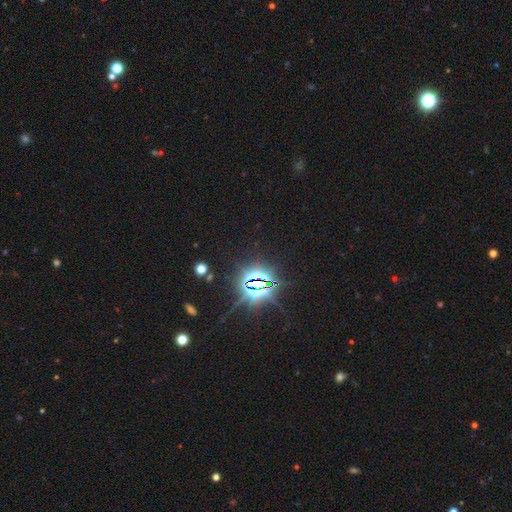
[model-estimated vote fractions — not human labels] smooth-or-featured: star or artifact: 85% | smooth: 9% | featured or disk: 7%